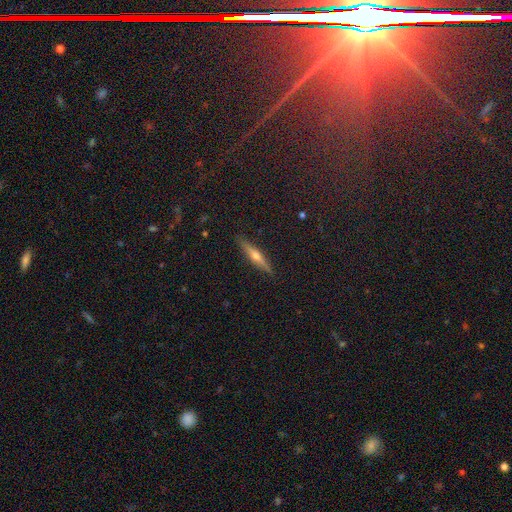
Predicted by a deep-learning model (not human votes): Smooth or featured?
  - featured or disk: 64% *
  - smooth: 26%
  - star or artifact: 10%
Edge-on disk?
  - yes: 96% *
  - no: 4%
Edge-on bulge?
  - rounded: 89% *
  - none: 7%
  - boxy: 4%
Merging?
  - none: 91% *
  - minor disturbance: 6%
  - major disturbance: 1%
  - merger: 1%